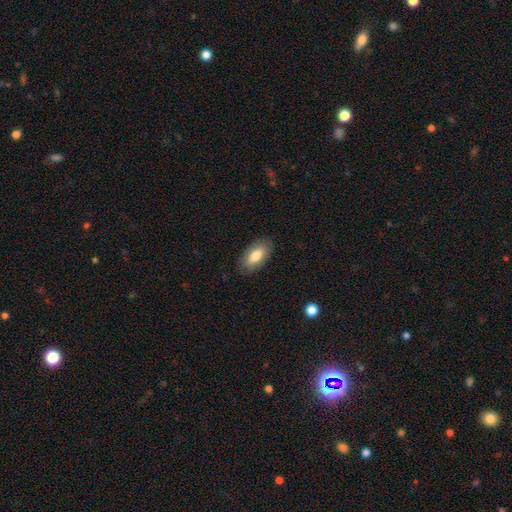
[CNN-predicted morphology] smooth_or_featured: smooth (p=0.79) [alt: featured or disk p=0.15]
how_rounded: in between (p=0.92) [alt: cigar-shaped p=0.05]
merging: none (p=0.87) [alt: minor disturbance p=0.10]